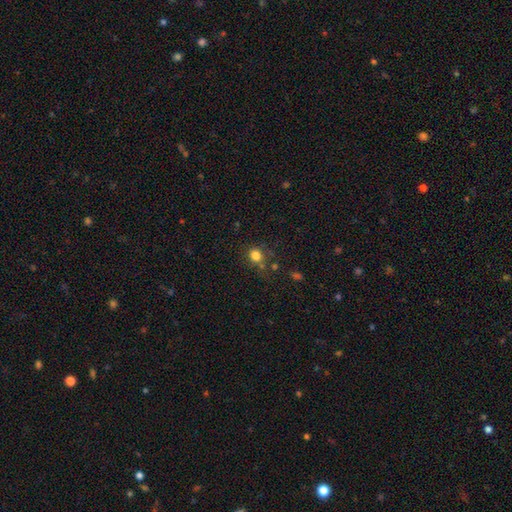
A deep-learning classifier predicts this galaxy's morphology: This appears to be a smooth galaxy with no disk features (80%) that is round (80%). Merging: none (65%).